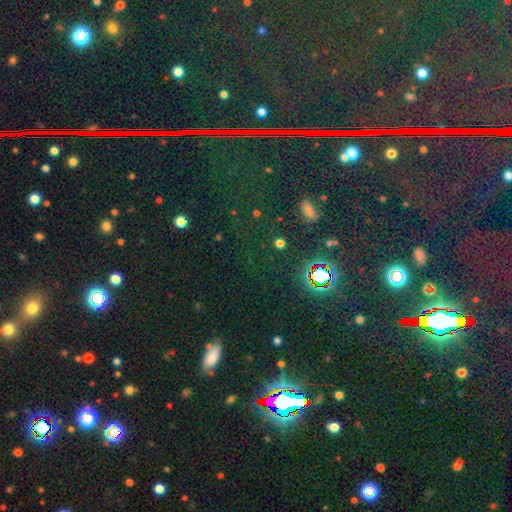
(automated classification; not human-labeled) smooth-or-featured: star or artifact: 78% | smooth: 14% | featured or disk: 8%